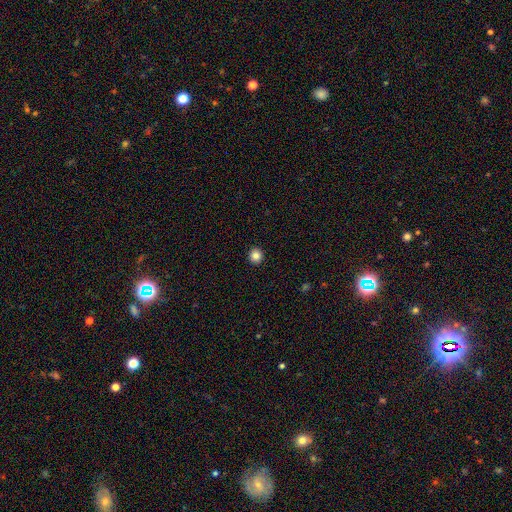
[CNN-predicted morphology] type=smooth (85%); roundness=round (92%); merging=none (93%).